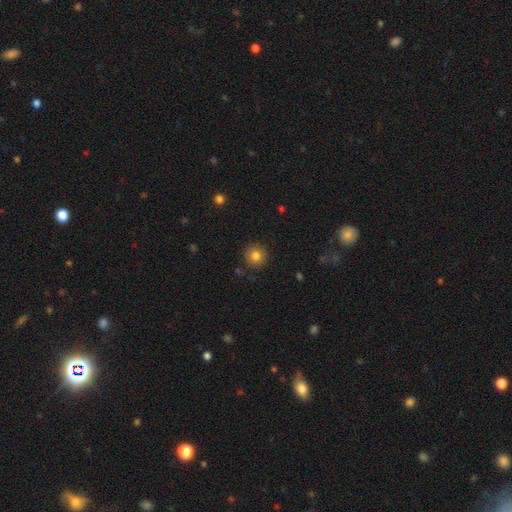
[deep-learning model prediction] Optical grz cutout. It shows a smooth galaxy with no disk features (82%) that is round (94%). Merging: none (88%).